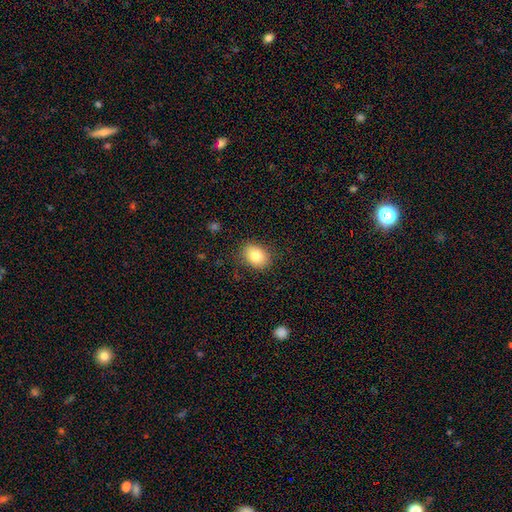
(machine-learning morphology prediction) A smooth galaxy with no disk features (83%) that is in between round and cigar-shaped (66%). Merging: none (83%).